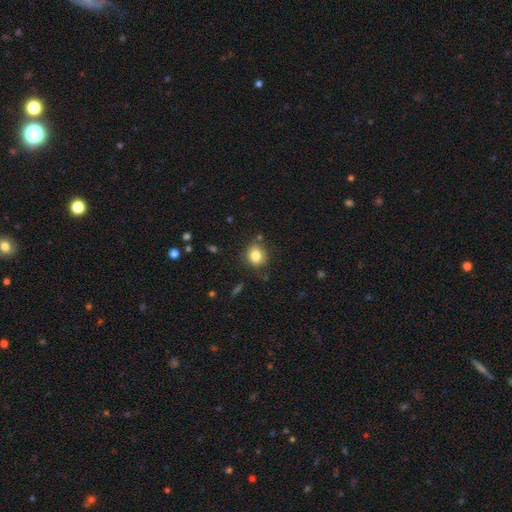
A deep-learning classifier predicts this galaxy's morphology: smooth 82%, star or artifact 10%, featured or disk 7%. Down the decision tree: how rounded — round (65%); merging — none (79%).